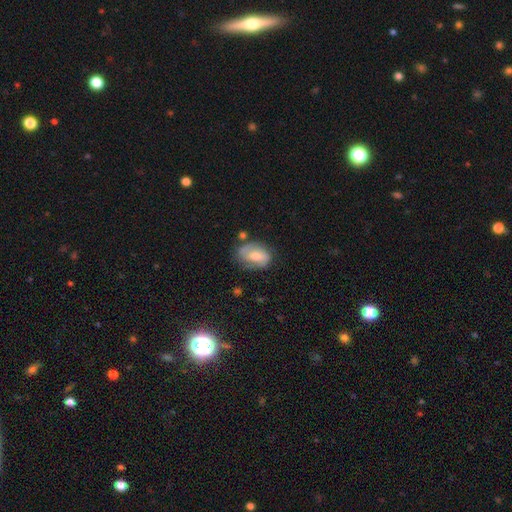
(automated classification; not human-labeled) This is possibly a smooth galaxy (48%). Merging: likely none (63%).